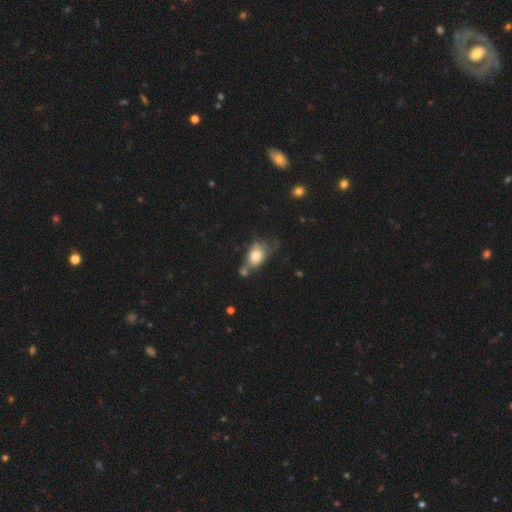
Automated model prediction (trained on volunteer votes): Smooth or featured?
  - smooth: 73% *
  - featured or disk: 18%
  - star or artifact: 9%
How rounded?
  - in between: 75% *
  - round: 23%
  - cigar-shaped: 2%
Merging?
  - none: 35% *
  - minor disturbance: 26%
  - merger: 25%
  - major disturbance: 14%